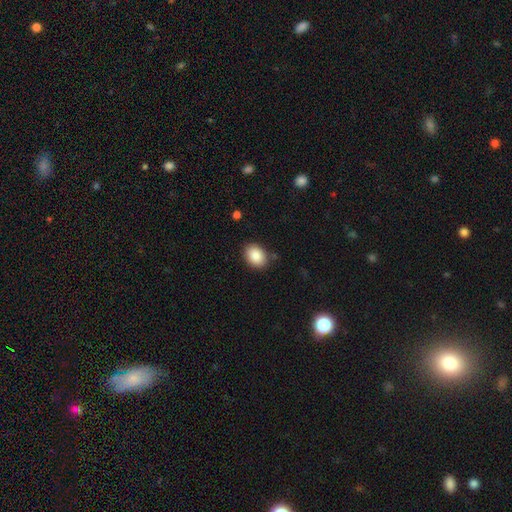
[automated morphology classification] Smooth or featured? smooth (88%)
How rounded? in between (70%)
Merging? none (85%)